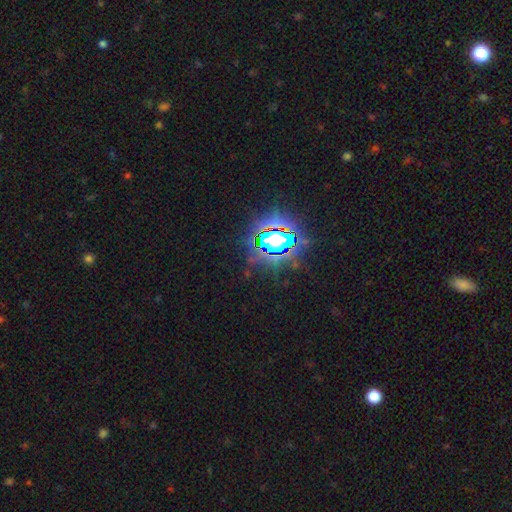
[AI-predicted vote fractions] Smooth or featured? star or artifact (78%)